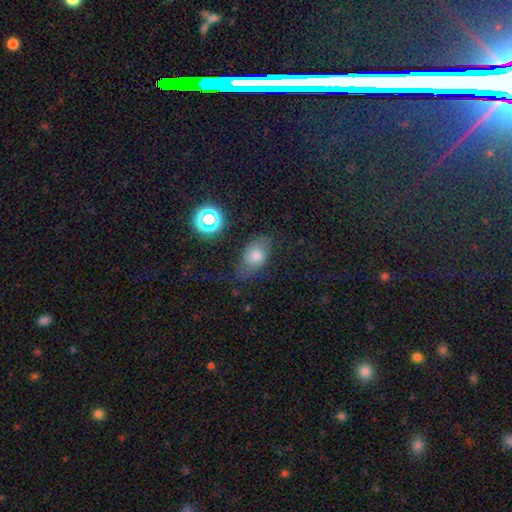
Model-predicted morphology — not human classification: A smooth galaxy with no disk features (67%) that is in between round and cigar-shaped (78%). Merging: none (63%).